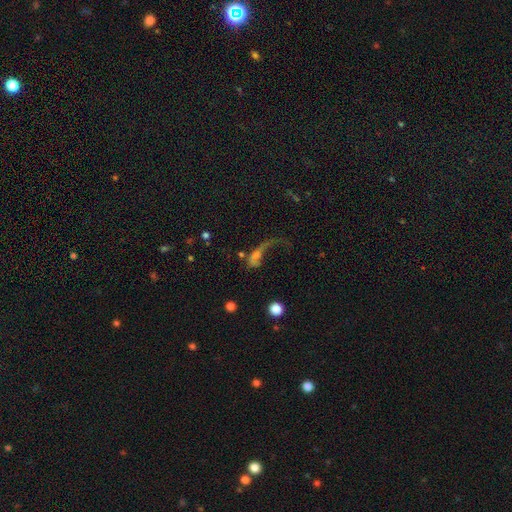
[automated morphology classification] featured or disk 46%, smooth 38%, star or artifact 16%. Down the decision tree: merging — major disturbance (59%).